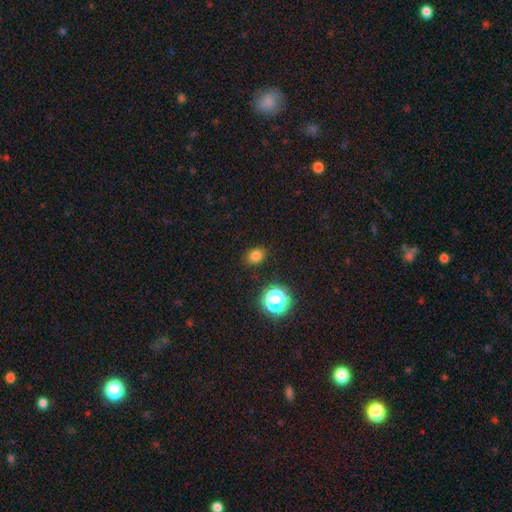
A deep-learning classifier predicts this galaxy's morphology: Smooth or featured?
  - smooth: 78% *
  - star or artifact: 17%
  - featured or disk: 5%
How rounded?
  - in between: 53% *
  - round: 46%
  - cigar-shaped: 1%
Merging?
  - none: 86% *
  - minor disturbance: 10%
  - major disturbance: 3%
  - merger: 1%